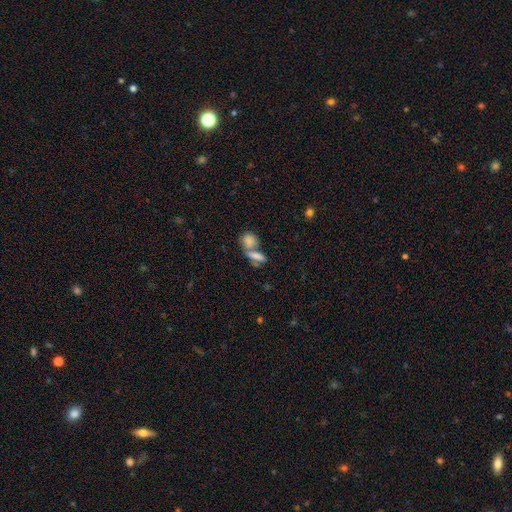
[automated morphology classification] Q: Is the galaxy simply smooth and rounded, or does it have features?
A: smooth — 73%.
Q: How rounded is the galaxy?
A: in between — 61%.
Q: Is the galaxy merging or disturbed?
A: merger — 56%.